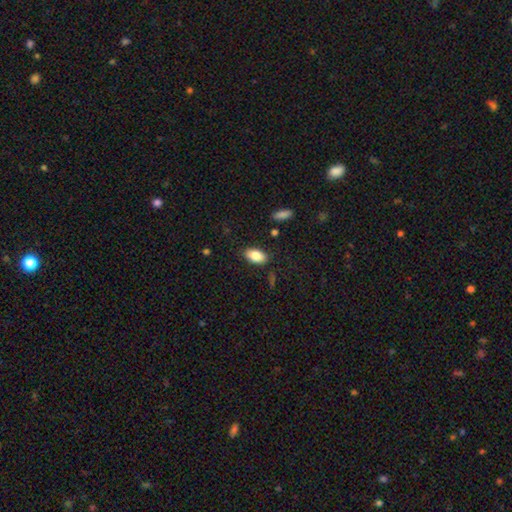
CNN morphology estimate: smooth 84%, featured or disk 9%, star or artifact 7%. Down the decision tree: how rounded — in between (93%); merging — none (85%).